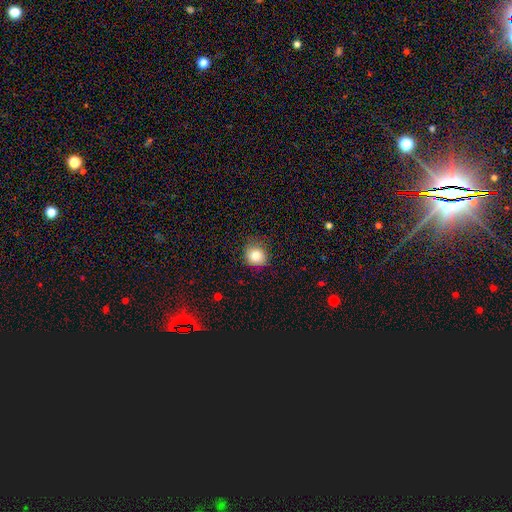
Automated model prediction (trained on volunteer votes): smooth 84%, star or artifact 10%, featured or disk 6%. Down the decision tree: how rounded — round (80%); merging — none (76%).